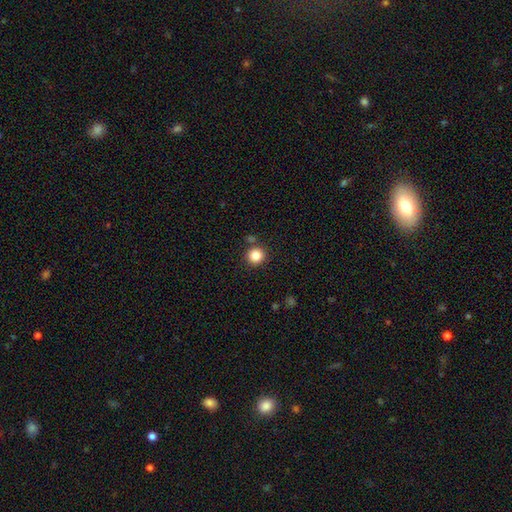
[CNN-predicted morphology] This appears to be a smooth galaxy with no disk features (85%) that is round (93%). Merging: none (85%).